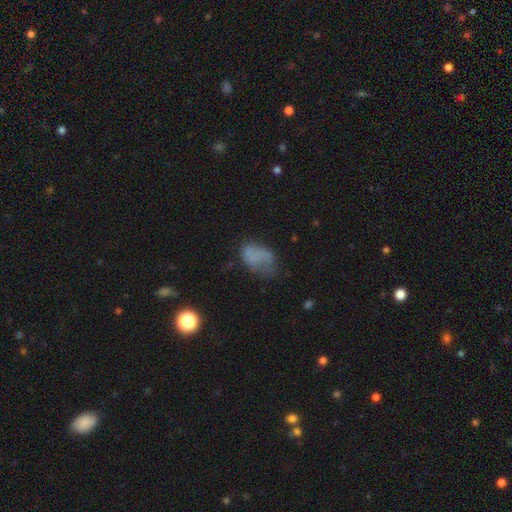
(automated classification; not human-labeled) The model was most divided on "merging": none: 37%, major disturbance: 29%, minor disturbance: 29%, merger: 5%. More confident: how rounded — in between (84%); smooth or featured — smooth (64%).